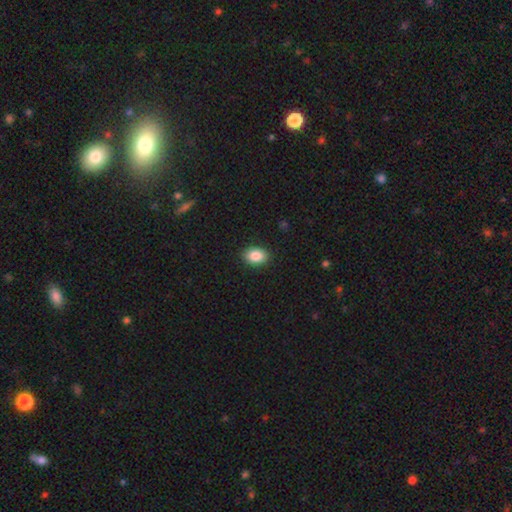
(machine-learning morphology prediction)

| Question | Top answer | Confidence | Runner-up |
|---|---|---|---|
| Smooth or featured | smooth | 87% | star or artifact (8%) |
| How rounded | in between | 78% | round (21%) |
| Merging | none | 90% | minor disturbance (7%) |